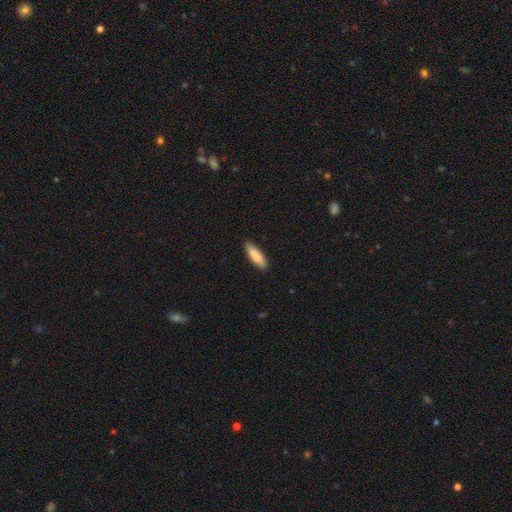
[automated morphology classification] Smooth or featured?
  - smooth: 85% *
  - featured or disk: 10%
  - star or artifact: 5%
How rounded?
  - in between: 50% *
  - cigar-shaped: 49%
  - round: 1%
Merging?
  - none: 86% *
  - minor disturbance: 11%
  - major disturbance: 2%
  - merger: 1%